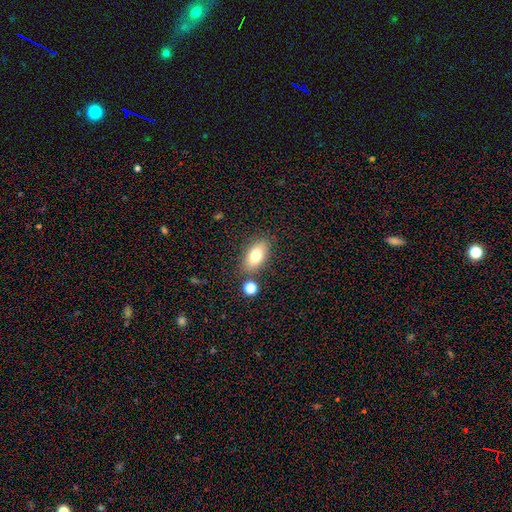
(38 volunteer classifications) This appears to be a smooth galaxy with no disk features (87%) that is in between round and cigar-shaped (97%). Merging: none (86%).